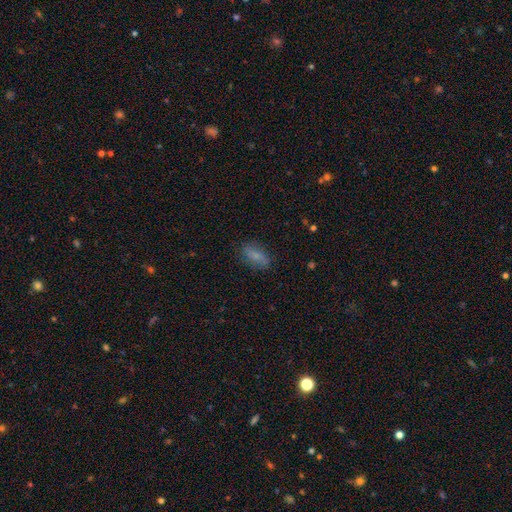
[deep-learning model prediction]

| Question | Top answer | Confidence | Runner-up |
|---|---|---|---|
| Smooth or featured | smooth | 77% | featured or disk (14%) |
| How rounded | in between | 79% | cigar-shaped (17%) |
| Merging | none | 81% | minor disturbance (14%) |